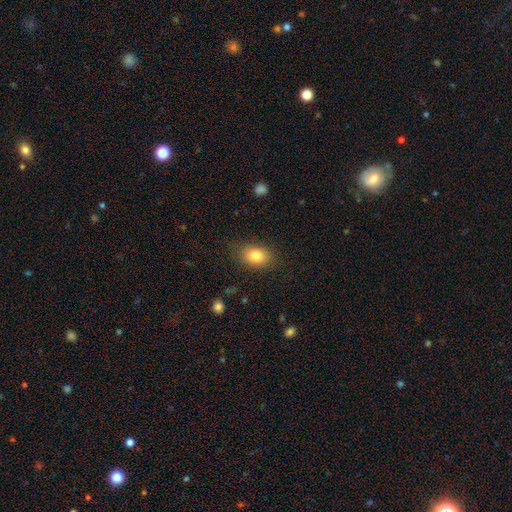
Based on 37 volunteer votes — smooth-or-featured: smooth: 84% | featured or disk: 14% | star or artifact: 3%
  how-rounded: in between: 87% | round: 13% | cigar-shaped: 0%
  merging: none: 94% | minor disturbance: 3% | major disturbance: 3% | merger: 0%